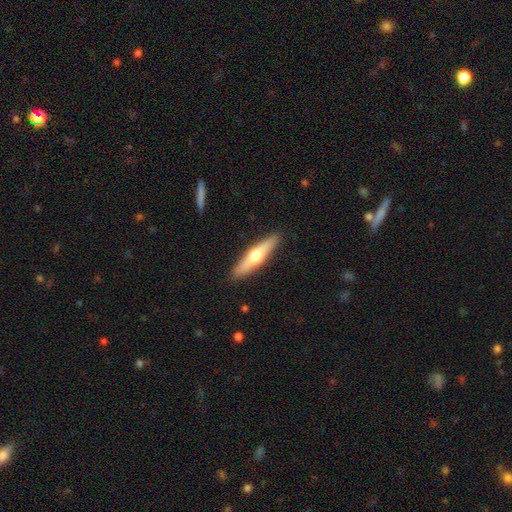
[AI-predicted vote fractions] Smooth or featured: featured or disk — 49% (smooth — 46%)
Merging: none — 90% (minor disturbance — 7%)